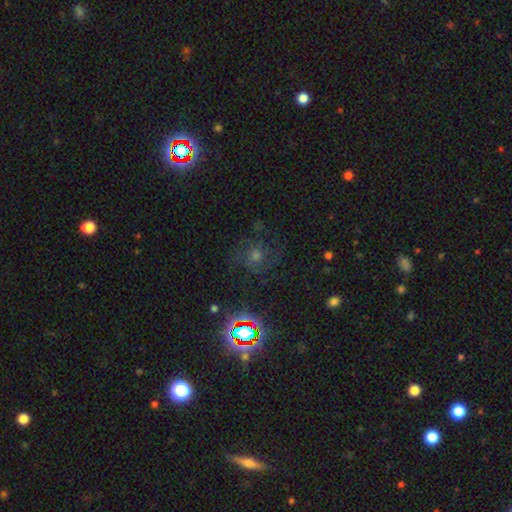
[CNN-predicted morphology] This appears to be a star or artifact, not a galaxy (44%).